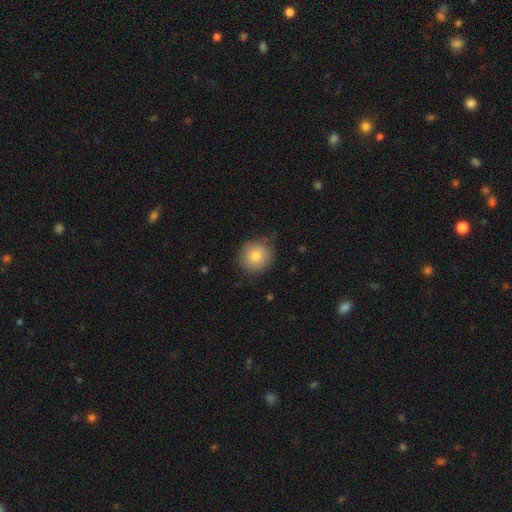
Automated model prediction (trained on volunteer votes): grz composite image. It shows a smooth galaxy with no disk features (80%) that is round (90%). Merging: none (79%).